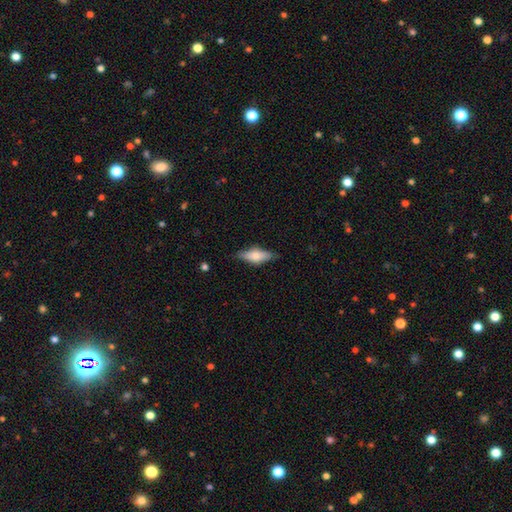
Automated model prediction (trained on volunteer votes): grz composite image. It shows a smooth galaxy with no disk features (57%) that is in between round and cigar-shaped (68%). Merging: none (78%).